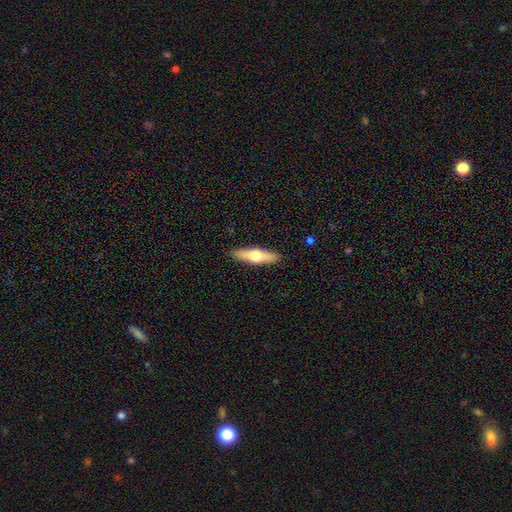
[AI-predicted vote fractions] smooth-or-featured: smooth: 51% | featured or disk: 43% | star or artifact: 5%
  how-rounded: cigar-shaped: 64% | in between: 33% | round: 2%
  merging: none: 89% | minor disturbance: 8% | major disturbance: 2% | merger: 1%